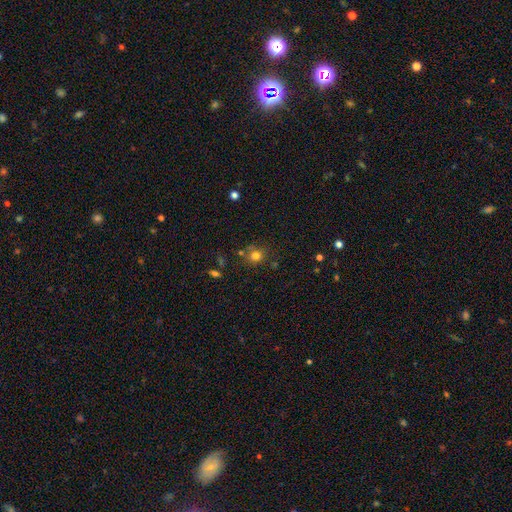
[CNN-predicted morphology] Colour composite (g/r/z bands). It shows a smooth galaxy with no disk features (76%) that is round (84%). Merging: none (70%).